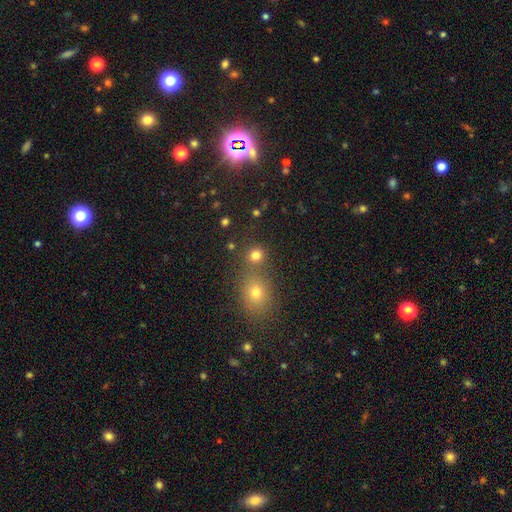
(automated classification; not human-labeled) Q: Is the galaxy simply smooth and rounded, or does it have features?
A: smooth — 78%.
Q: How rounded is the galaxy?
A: round — 87%.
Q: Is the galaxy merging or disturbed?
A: none — 67%.